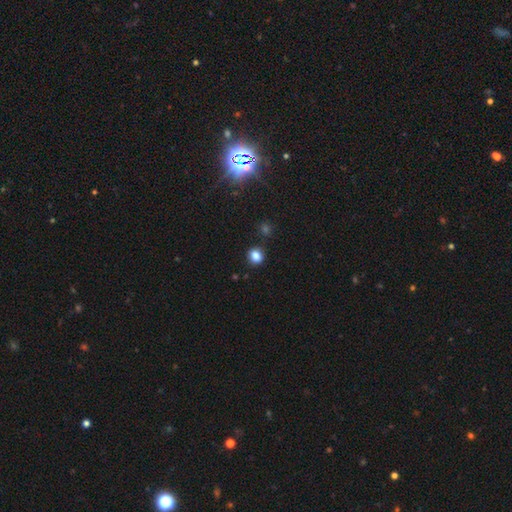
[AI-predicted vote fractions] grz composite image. It shows a smooth galaxy with no disk features (83%) that is round (73%). Merging: none (83%).